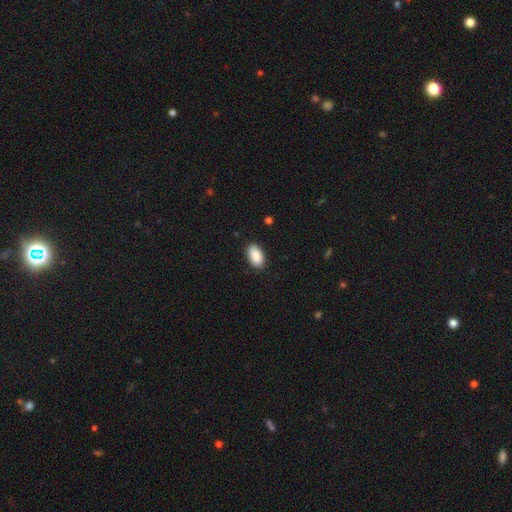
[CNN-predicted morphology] Smooth or featured: smooth — 89% (star or artifact — 6%)
How rounded: in between — 94% (round — 4%)
Merging: none — 88% (minor disturbance — 9%)